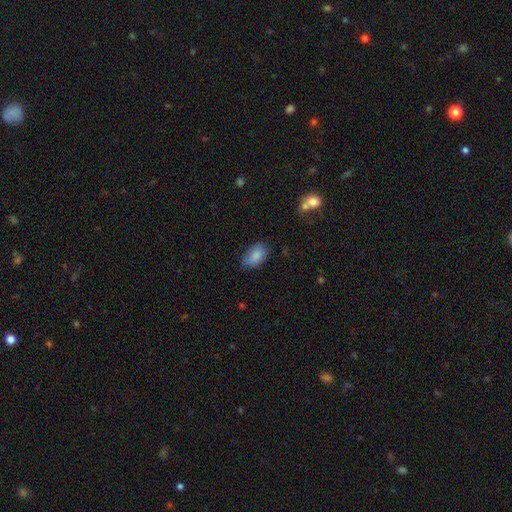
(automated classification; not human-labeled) Smooth or featured: smooth — 86% (star or artifact — 7%)
How rounded: in between — 91% (round — 7%)
Merging: none — 71% (minor disturbance — 23%)